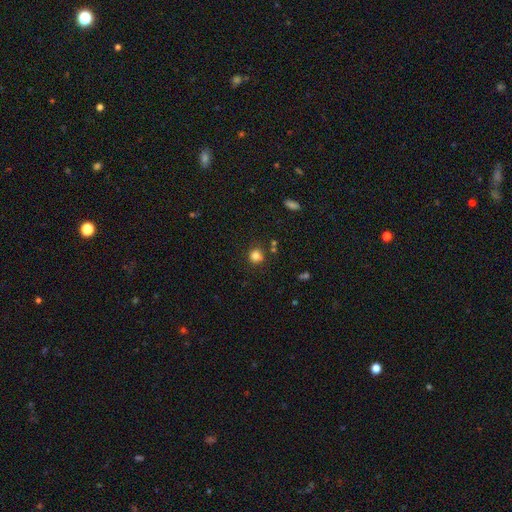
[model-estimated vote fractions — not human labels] Smooth or featured?
  - smooth: 82% *
  - star or artifact: 13%
  - featured or disk: 5%
How rounded?
  - round: 88% *
  - in between: 11%
  - cigar-shaped: 1%
Merging?
  - none: 80% *
  - minor disturbance: 11%
  - merger: 6%
  - major disturbance: 3%